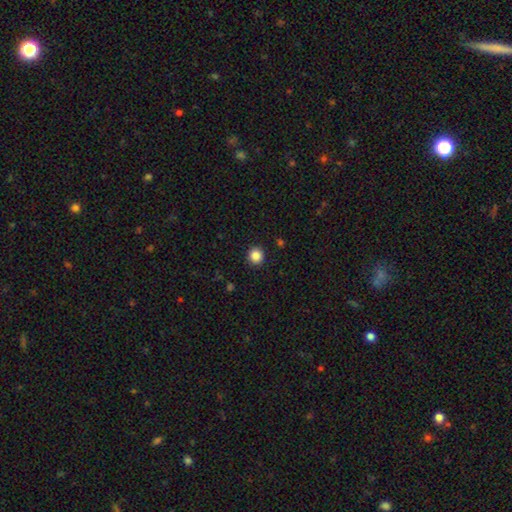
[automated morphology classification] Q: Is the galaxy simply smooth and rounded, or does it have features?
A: smooth — 86%.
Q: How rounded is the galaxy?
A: round — 93%.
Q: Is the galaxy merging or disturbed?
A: none — 93%.